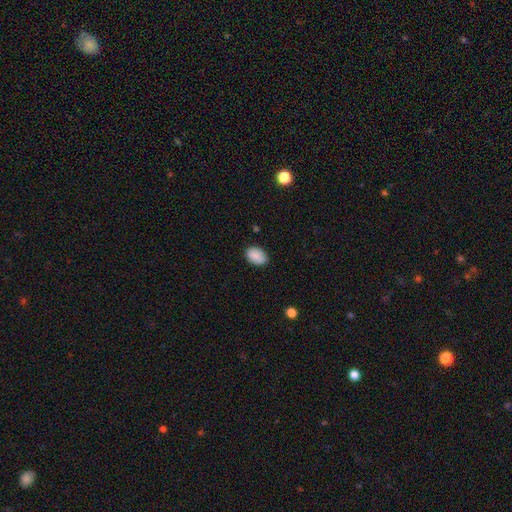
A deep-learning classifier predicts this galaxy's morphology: Smooth or featured: smooth — 88% (star or artifact — 7%)
How rounded: in between — 84% (round — 15%)
Merging: none — 83% (minor disturbance — 13%)